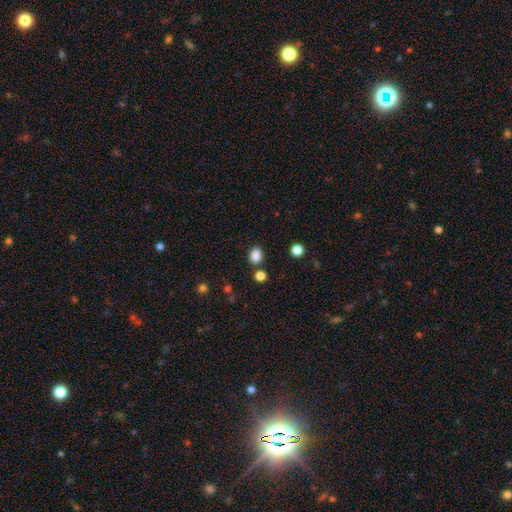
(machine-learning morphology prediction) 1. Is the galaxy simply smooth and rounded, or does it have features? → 85% smooth, 11% star or artifact, 4% featured or disk.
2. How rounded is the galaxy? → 68% in between, 31% round, 1% cigar-shaped.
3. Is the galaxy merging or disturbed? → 80% none, 11% minor disturbance, 7% merger, 3% major disturbance.